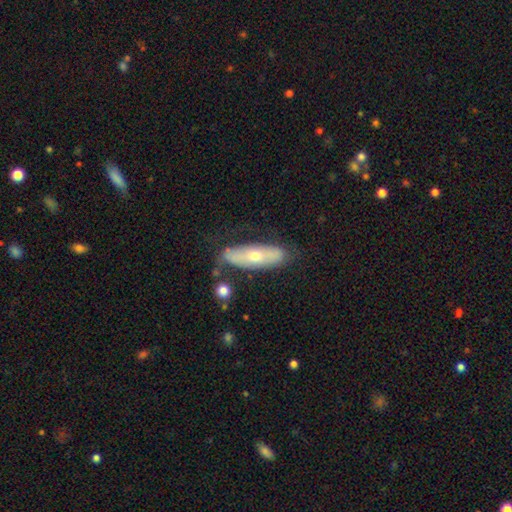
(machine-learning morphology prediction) A smooth galaxy with no disk features (48%).

Vote fractions:
- Smooth or featured? smooth: 48% / featured or disk: 45% / star or artifact: 6%
- Merging? none: 70% / minor disturbance: 19% / major disturbance: 6% / merger: 4%